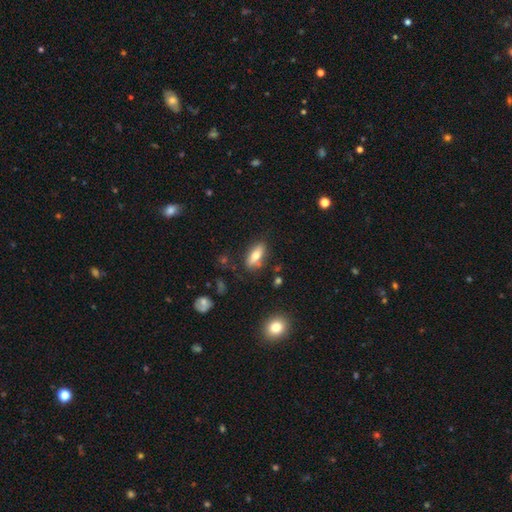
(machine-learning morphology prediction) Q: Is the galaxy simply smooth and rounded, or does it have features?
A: smooth — 70%.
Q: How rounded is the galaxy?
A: in between — 77%.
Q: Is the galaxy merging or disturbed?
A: none — 78%.